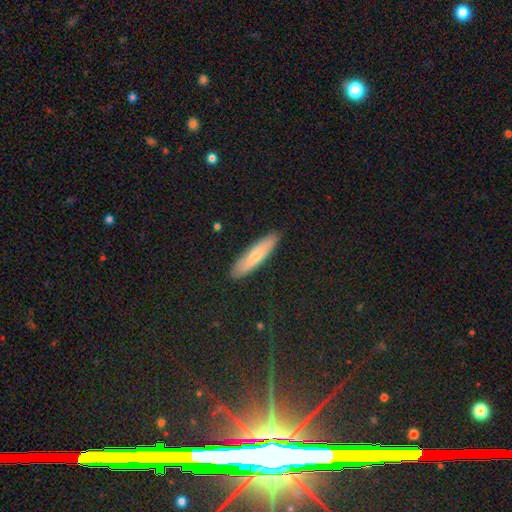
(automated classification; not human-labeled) Q: Smooth or featured?
A: smooth (68%); runner-up: featured or disk (26%)
Q: How rounded?
A: cigar-shaped (81%); runner-up: in between (17%)
Q: Merging?
A: none (89%); runner-up: minor disturbance (8%)